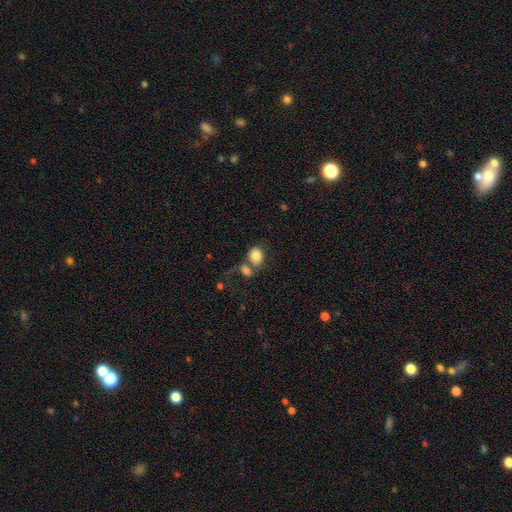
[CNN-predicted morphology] A smooth galaxy with no disk features (83%) that is in between round and cigar-shaped (53%).

Vote fractions:
- Smooth or featured? smooth: 83% / featured or disk: 8% / star or artifact: 8%
- How rounded? in between: 53% / round: 46% / cigar-shaped: 1%
- Merging? merger: 46% / none: 36% / minor disturbance: 10% / major disturbance: 8%